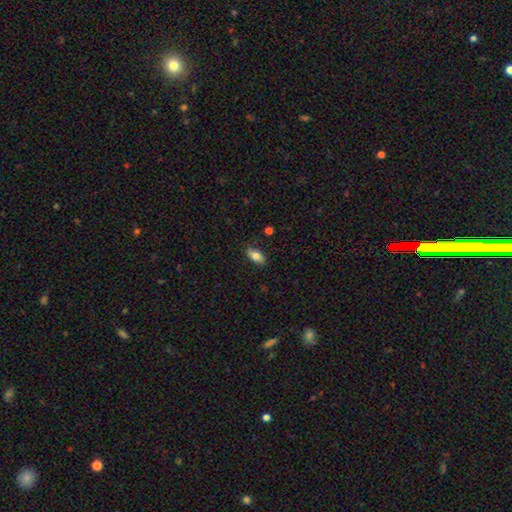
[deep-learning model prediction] Overall: smooth (78%). How rounded: in between (89%). Merging: none (82%).